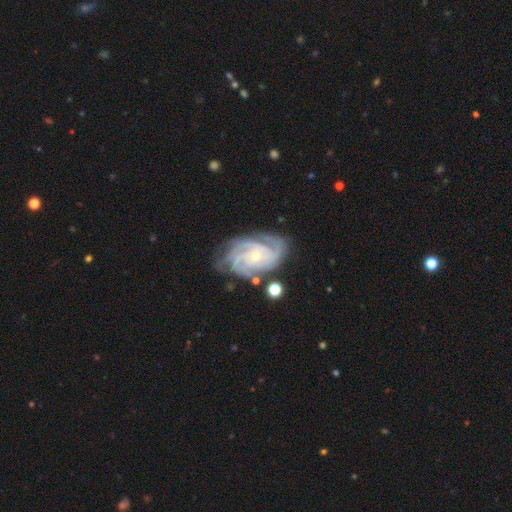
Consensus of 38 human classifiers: smooth_or_featured: featured or disk (p=0.79) [alt: smooth p=0.13]
disk_edge_on: no (p=1.00)
bar: no (p=0.60) [alt: weak p=0.27]
has_spiral_arms: yes (p=0.97) [alt: no p=0.03]
spiral_winding: tight (p=0.76) [alt: medium p=0.21]
spiral_arm_count: 3 (p=0.34) [tied with: 4 p=0.34]
bulge_size: small (p=0.67) [alt: moderate p=0.30]
merging: none (p=0.74) [alt: minor disturbance p=0.14]